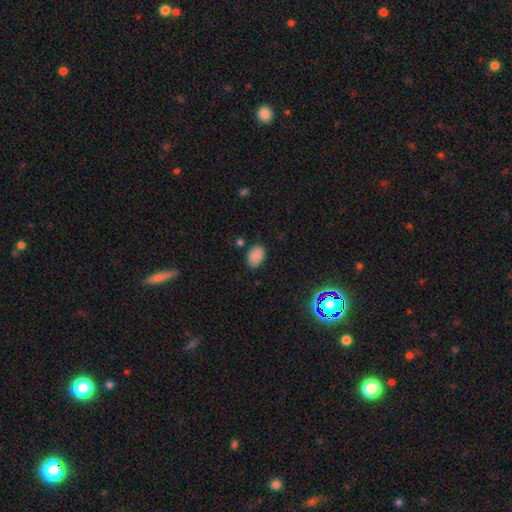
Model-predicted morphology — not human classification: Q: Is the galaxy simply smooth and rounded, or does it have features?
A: smooth — 85%.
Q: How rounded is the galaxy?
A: in between — 87%.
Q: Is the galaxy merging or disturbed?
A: none — 84%.